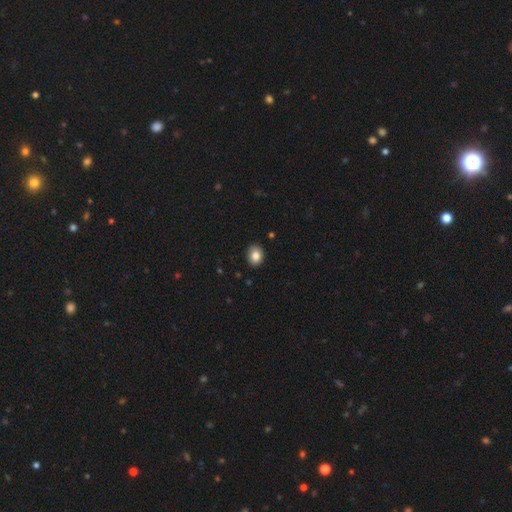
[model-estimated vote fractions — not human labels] smooth 83%, star or artifact 9%, featured or disk 8%. Down the decision tree: how rounded — in between (55%); merging — none (86%).